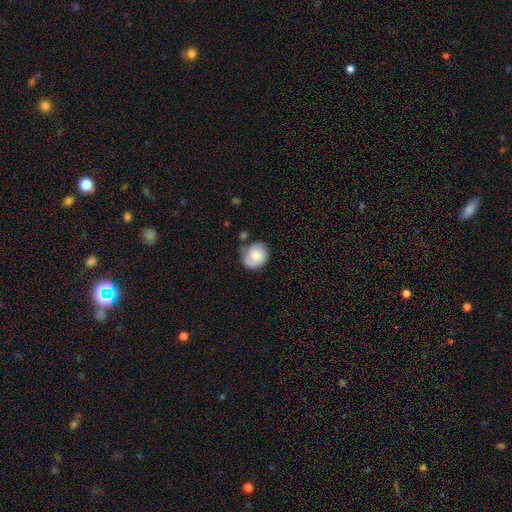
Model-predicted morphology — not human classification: type=smooth (63%); roundness=round (63%); merging=none (51%).